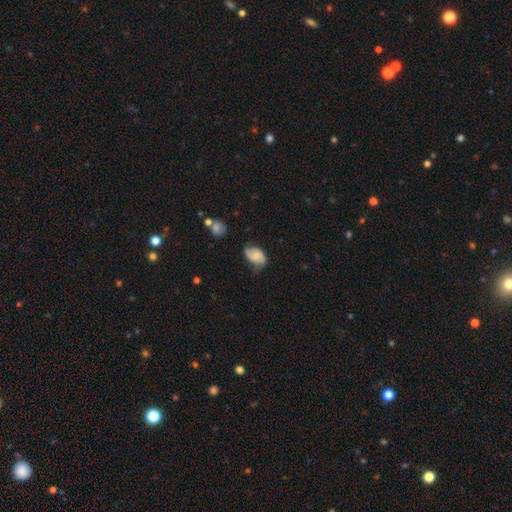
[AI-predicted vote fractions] smooth-or-featured: smooth: 46% | featured or disk: 45% | star or artifact: 9%
  merging: none: 49% | minor disturbance: 35% | major disturbance: 13% | merger: 3%